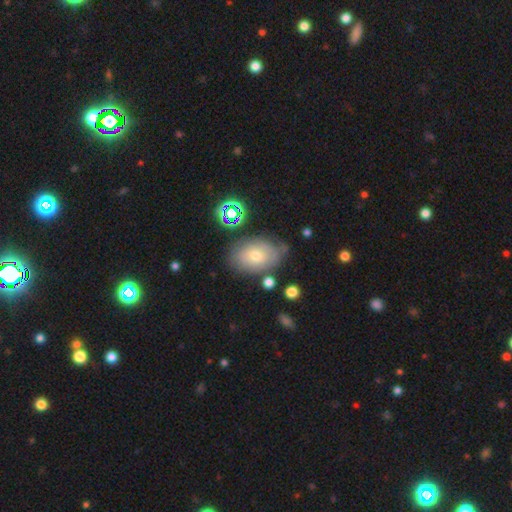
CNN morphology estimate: The model was most divided on "smooth or featured": smooth: 54%, featured or disk: 32%, star or artifact: 13%. More confident: how rounded — in between (85%); merging — none (67%).